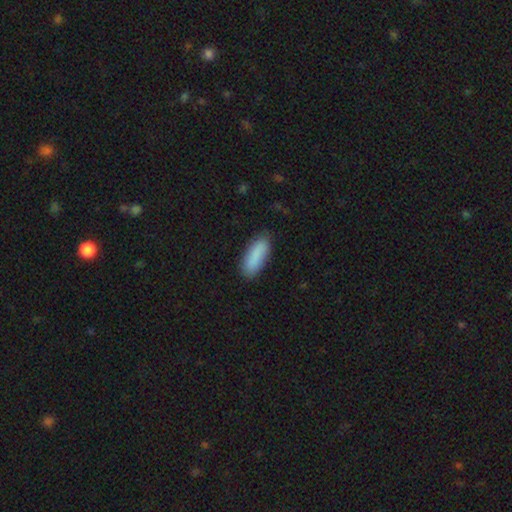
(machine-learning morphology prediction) Smooth or featured?
  - smooth: 88% *
  - star or artifact: 6%
  - featured or disk: 6%
How rounded?
  - in between: 64% *
  - cigar-shaped: 34%
  - round: 2%
Merging?
  - none: 83% *
  - minor disturbance: 14%
  - major disturbance: 2%
  - merger: 1%